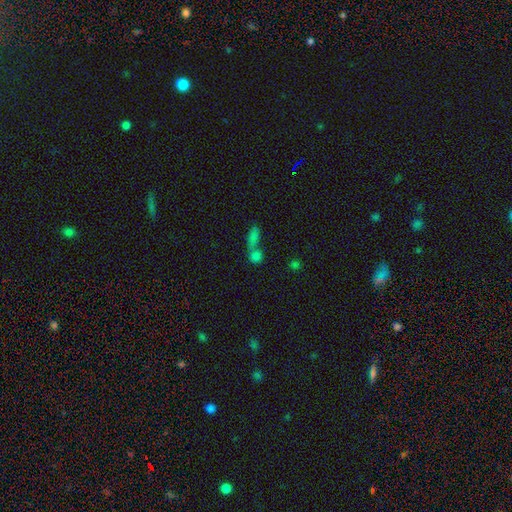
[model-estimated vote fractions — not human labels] Smooth or featured?
  - smooth: 74% *
  - star or artifact: 16%
  - featured or disk: 10%
How rounded?
  - round: 58% *
  - in between: 36%
  - cigar-shaped: 7%
Merging?
  - merger: 57% *
  - none: 32%
  - minor disturbance: 6%
  - major disturbance: 5%